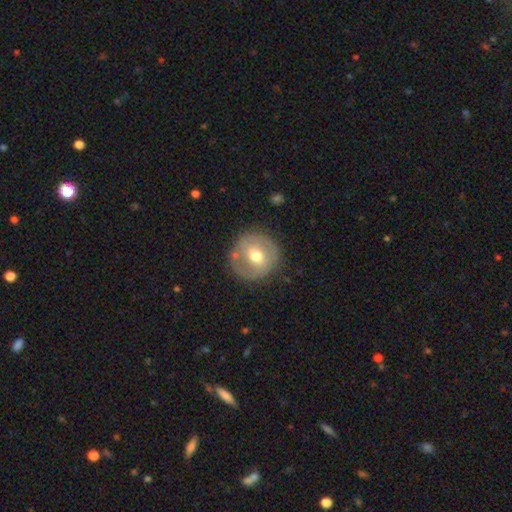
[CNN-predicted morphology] Smooth or featured? Predicted: smooth (p=0.49). Merging? Predicted: none (p=0.77).